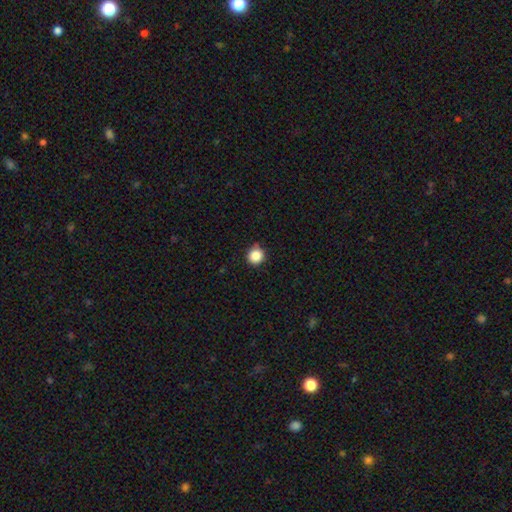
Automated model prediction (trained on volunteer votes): Smooth or featured? Predicted: smooth (p=0.86). How rounded? Predicted: round (p=0.93). Merging? Predicted: none (p=0.84).